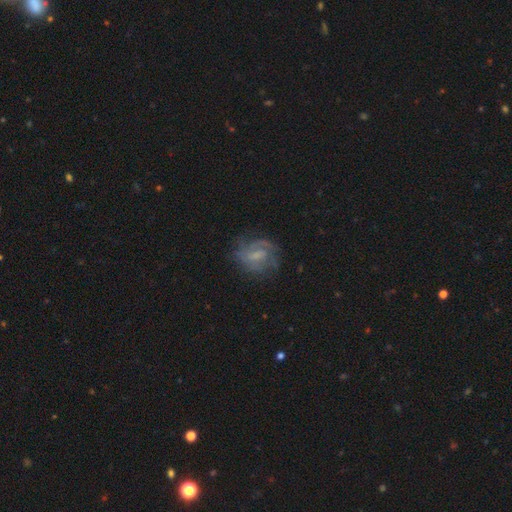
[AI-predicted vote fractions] Smooth or featured? Predicted: featured or disk (p=0.62). Edge-on disk? Predicted: no (p=0.96). Bar? Predicted: weak (p=0.52). Spiral arms? Predicted: yes (p=0.76). Bulge size? Predicted: small (p=0.34). Merging? Predicted: none (p=0.61).